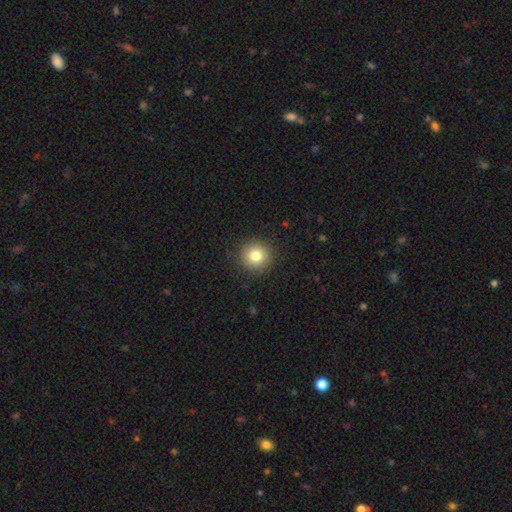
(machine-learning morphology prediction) Smooth or featured? smooth (81%)
How rounded? round (93%)
Merging? none (90%)